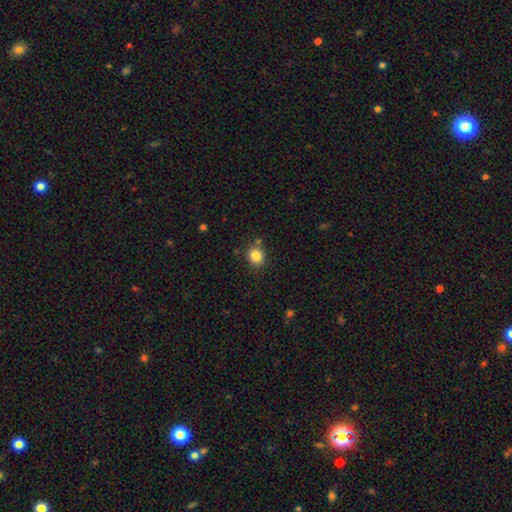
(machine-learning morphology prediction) Q: Smooth or featured?
A: smooth (84%); runner-up: star or artifact (11%)
Q: How rounded?
A: round (77%); runner-up: in between (22%)
Q: Merging?
A: none (78%); runner-up: minor disturbance (12%)